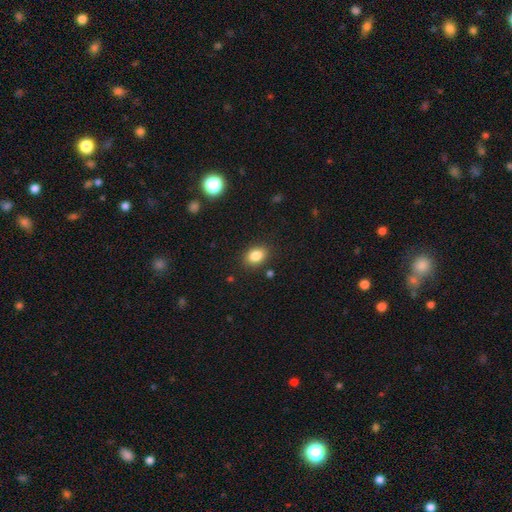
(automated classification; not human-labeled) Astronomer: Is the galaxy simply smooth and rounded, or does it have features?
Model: smooth — 84%.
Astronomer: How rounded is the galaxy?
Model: in between — 71%.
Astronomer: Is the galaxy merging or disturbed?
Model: none — 87%.